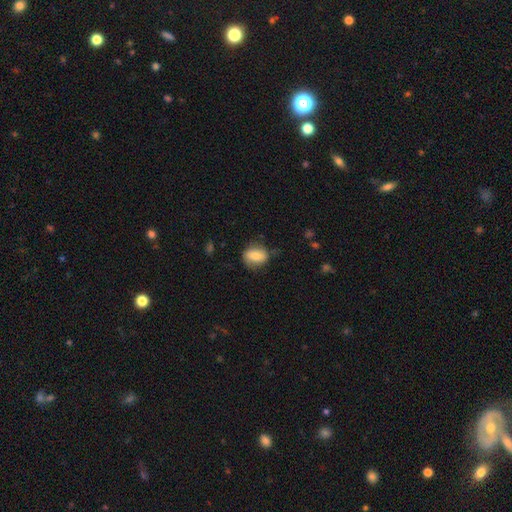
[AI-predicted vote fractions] smooth_or_featured: smooth (p=0.74) [alt: featured or disk p=0.18]
how_rounded: in between (p=0.58) [alt: round p=0.39]
merging: none (p=0.70) [alt: minor disturbance p=0.22]